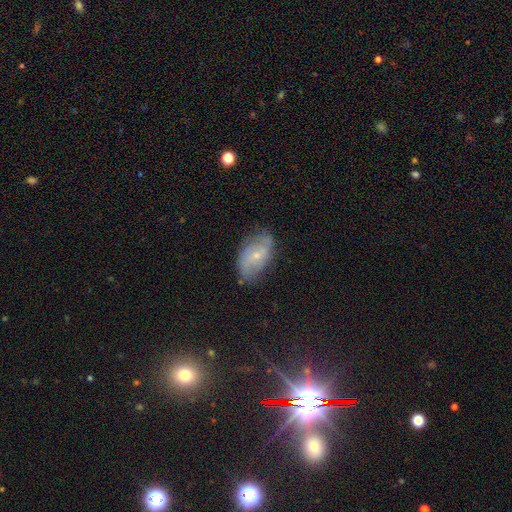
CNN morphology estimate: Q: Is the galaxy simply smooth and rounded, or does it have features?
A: featured or disk — 61%.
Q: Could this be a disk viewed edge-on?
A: no — 95%.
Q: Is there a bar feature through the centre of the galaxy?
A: no — 55%.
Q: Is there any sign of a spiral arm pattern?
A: yes — 80%.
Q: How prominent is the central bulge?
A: small — 74%.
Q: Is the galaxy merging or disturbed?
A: none — 67%.